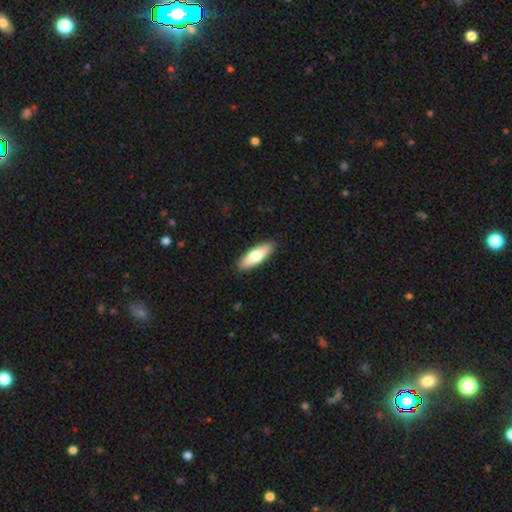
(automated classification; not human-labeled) The model was most divided on "how rounded": cigar-shaped: 51%, in between: 47%, round: 2%. More confident: merging — none (90%); smooth or featured — smooth (65%).